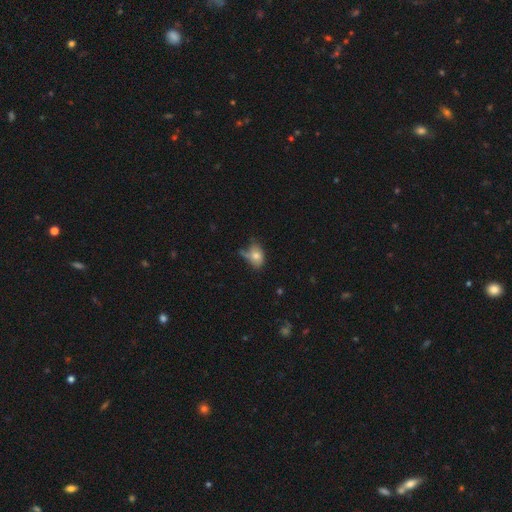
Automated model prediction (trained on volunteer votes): A smooth galaxy with no disk features (75%) that is in between round and cigar-shaped (78%).

Vote fractions:
- Smooth or featured? smooth: 75% / featured or disk: 16% / star or artifact: 10%
- How rounded? in between: 78% / round: 20% / cigar-shaped: 2%
- Merging? none: 42% / minor disturbance: 31% / major disturbance: 17% / merger: 9%